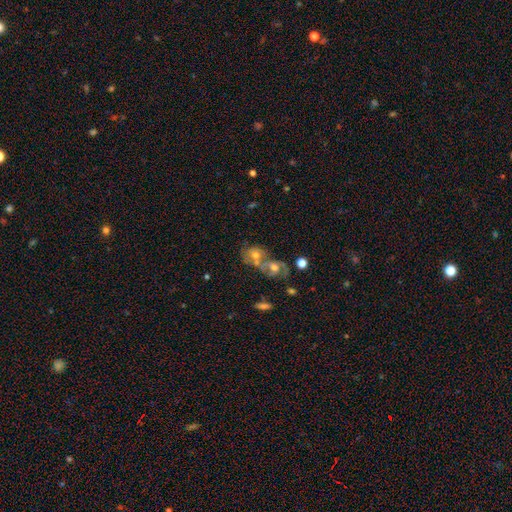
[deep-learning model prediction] Overall: featured or disk (52%; smooth 33%). Edge-on disk: no (95%). Merging: merger (61%; none 26%).